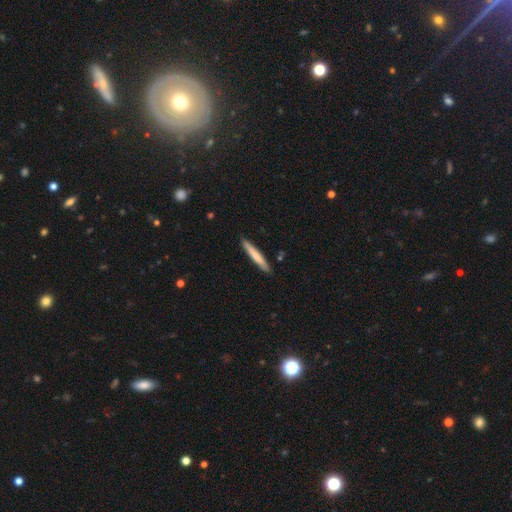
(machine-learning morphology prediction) Q: Smooth or featured?
A: smooth (71%); runner-up: featured or disk (24%)
Q: How rounded?
A: cigar-shaped (95%); runner-up: in between (4%)
Q: Merging?
A: none (89%); runner-up: minor disturbance (8%)